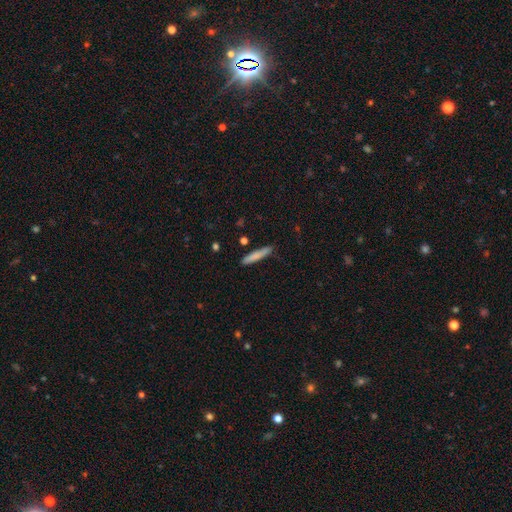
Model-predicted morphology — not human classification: Smooth or featured?
  - smooth: 79% *
  - featured or disk: 15%
  - star or artifact: 6%
How rounded?
  - cigar-shaped: 92% *
  - in between: 7%
  - round: 1%
Merging?
  - none: 82% *
  - minor disturbance: 14%
  - merger: 2%
  - major disturbance: 2%